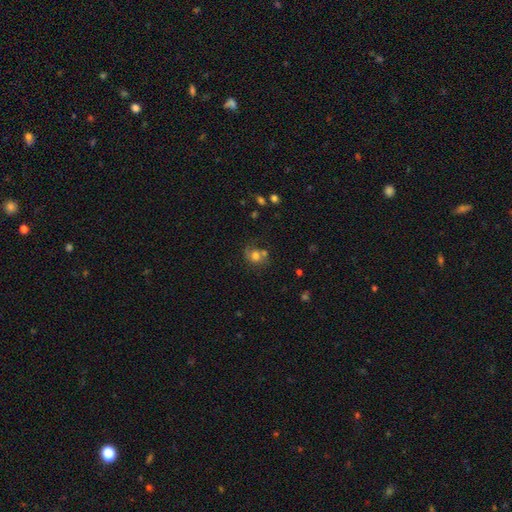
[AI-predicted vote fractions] Morphology: type=smooth (61%); roundness=round (63%); merging=none (37%).